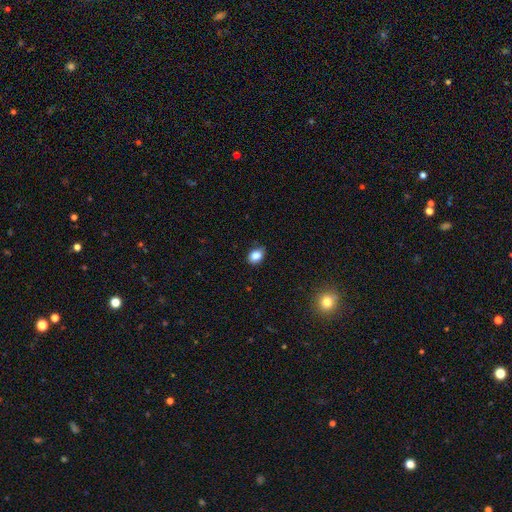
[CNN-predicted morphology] smooth-or-featured: smooth: 84% | star or artifact: 10% | featured or disk: 6%
  how-rounded: in between: 66% | round: 33% | cigar-shaped: 1%
  merging: none: 83% | minor disturbance: 13% | major disturbance: 2% | merger: 1%